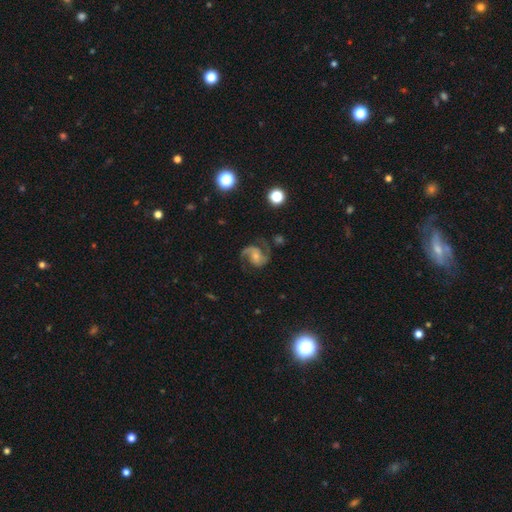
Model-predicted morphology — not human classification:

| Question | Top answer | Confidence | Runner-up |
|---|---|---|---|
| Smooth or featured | featured or disk | 89% | star or artifact (6%) |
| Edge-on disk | no | 98% | yes (2%) |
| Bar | no | 45% | weak (39%) |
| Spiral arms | yes | 98% | no (2%) |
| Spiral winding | medium | 59% | loose (24%) |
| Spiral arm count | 2 | 91% | 3 (3%) |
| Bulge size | small | 53% | moderate (39%) |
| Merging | none | 73% | minor disturbance (16%) |